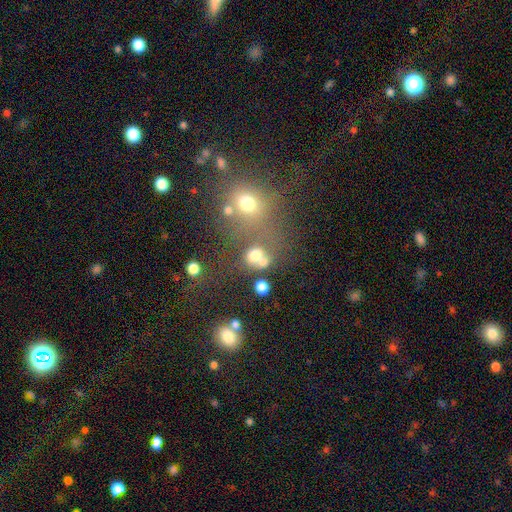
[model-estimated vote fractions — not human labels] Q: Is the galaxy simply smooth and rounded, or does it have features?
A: smooth — 67%.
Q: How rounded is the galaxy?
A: round — 71%.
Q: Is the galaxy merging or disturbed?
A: none — 48%.